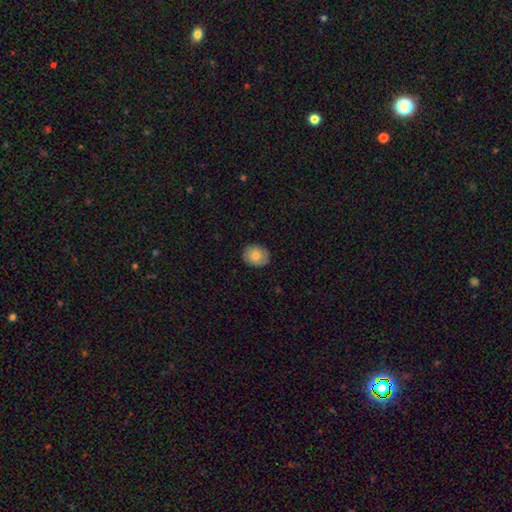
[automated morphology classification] A smooth galaxy with no disk features (81%) that is round (52%).

Vote fractions:
- Smooth or featured? smooth: 81% / featured or disk: 12% / star or artifact: 7%
- How rounded? round: 52% / in between: 47% / cigar-shaped: 1%
- Merging? none: 86% / minor disturbance: 11% / major disturbance: 2% / merger: 1%